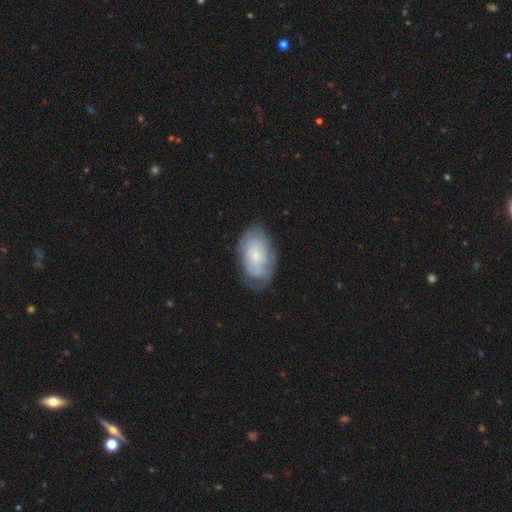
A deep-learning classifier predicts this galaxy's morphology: type=featured or disk (48%); merging=none (67%).